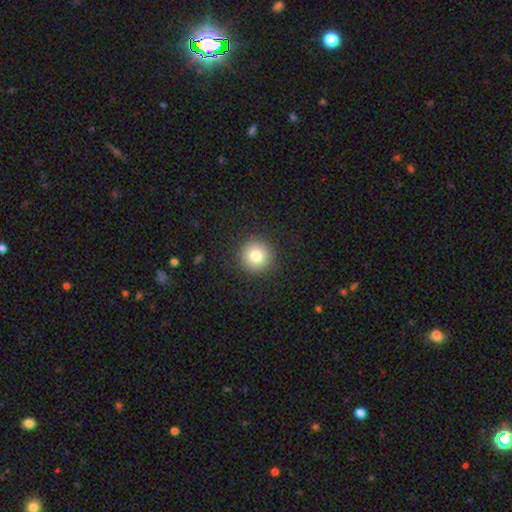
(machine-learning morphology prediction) smooth-or-featured: smooth: 80% | star or artifact: 11% | featured or disk: 9%
  how-rounded: round: 96% | in between: 4% | cigar-shaped: 1%
  merging: none: 91% | minor disturbance: 5% | major disturbance: 2% | merger: 1%